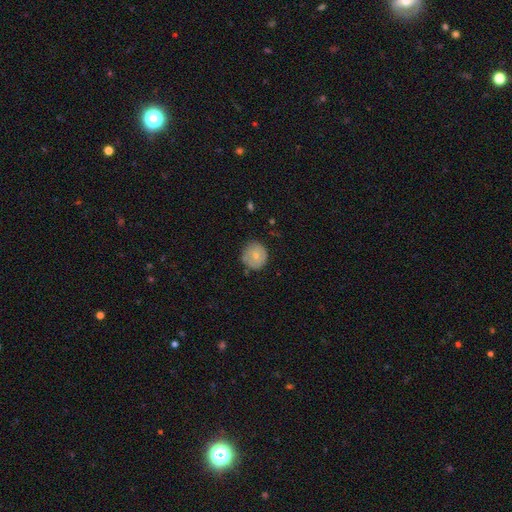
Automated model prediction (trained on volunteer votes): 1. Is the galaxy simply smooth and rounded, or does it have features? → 71% smooth, 21% featured or disk, 8% star or artifact.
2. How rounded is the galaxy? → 92% round, 8% in between, 1% cigar-shaped.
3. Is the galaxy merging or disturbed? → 77% none, 18% minor disturbance, 4% major disturbance, 2% merger.